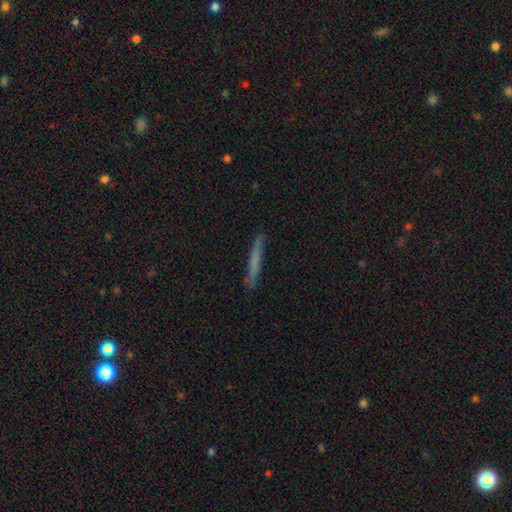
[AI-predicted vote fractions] Smooth or featured? Predicted: smooth (p=0.58). How rounded? Predicted: cigar-shaped (p=0.96). Merging? Predicted: none (p=0.83).